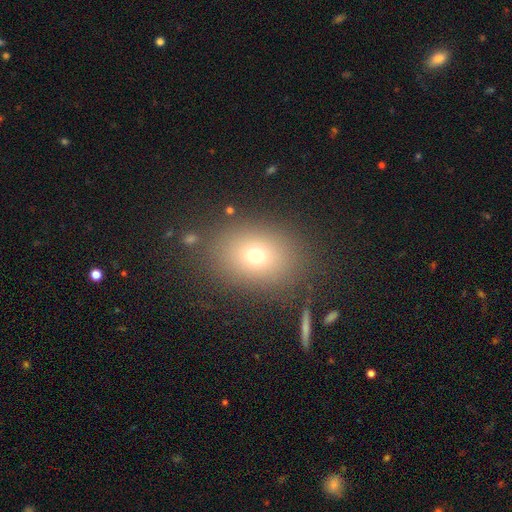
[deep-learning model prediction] smooth-or-featured: smooth: 70% | star or artifact: 17% | featured or disk: 13%
  how-rounded: in between: 53% | round: 46% | cigar-shaped: 1%
  merging: none: 82% | minor disturbance: 10% | major disturbance: 5% | merger: 3%